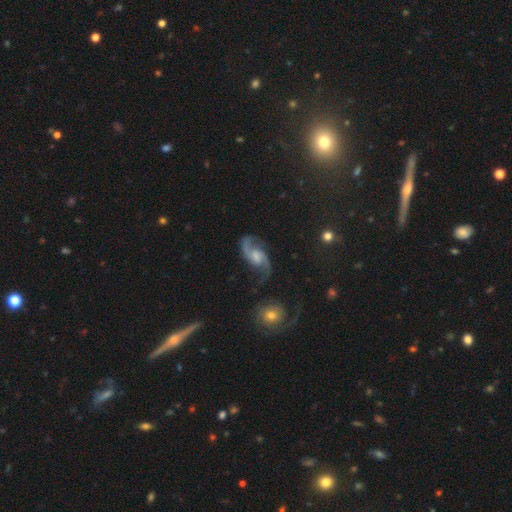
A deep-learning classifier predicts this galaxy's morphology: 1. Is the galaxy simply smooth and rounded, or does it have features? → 89% featured or disk, 6% smooth, 5% star or artifact.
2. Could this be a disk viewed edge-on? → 98% no, 2% yes.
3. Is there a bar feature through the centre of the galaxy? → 48% no, 43% weak, 9% strong.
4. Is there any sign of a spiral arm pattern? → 97% yes, 3% no.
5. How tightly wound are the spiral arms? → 61% loose, 33% medium, 6% tight.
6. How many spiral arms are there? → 93% 2, 2% 1, 2% can't tell, 1% 3, 1% 4, 1% more than 4.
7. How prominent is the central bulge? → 36% moderate, 31% small, 22% none, 9% large, 2% dominant.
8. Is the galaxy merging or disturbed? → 70% none, 17% minor disturbance, 9% major disturbance, 4% merger.